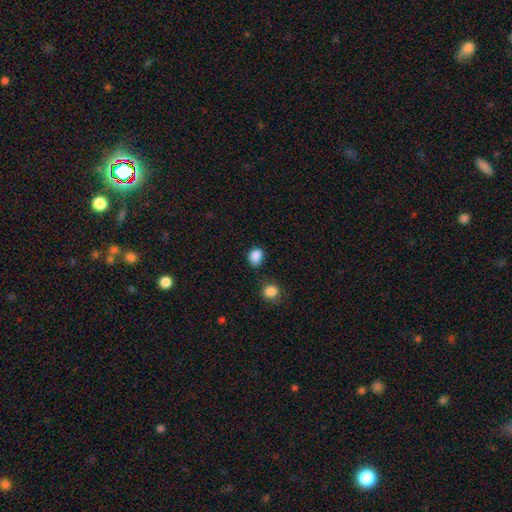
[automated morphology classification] A smooth galaxy with no disk features (87%) that is in between round and cigar-shaped (52%).

Vote fractions:
- Smooth or featured? smooth: 87% / star or artifact: 10% / featured or disk: 3%
- How rounded? in between: 52% / round: 47% / cigar-shaped: 1%
- Merging? none: 72% / minor disturbance: 19% / merger: 5% / major disturbance: 4%